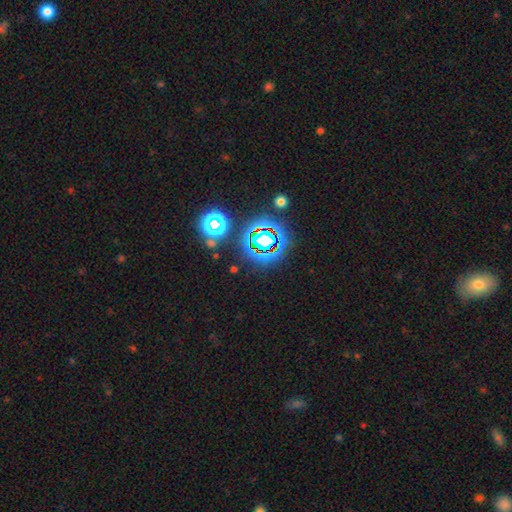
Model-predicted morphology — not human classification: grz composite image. It shows a star or artifact, not a galaxy (74%).